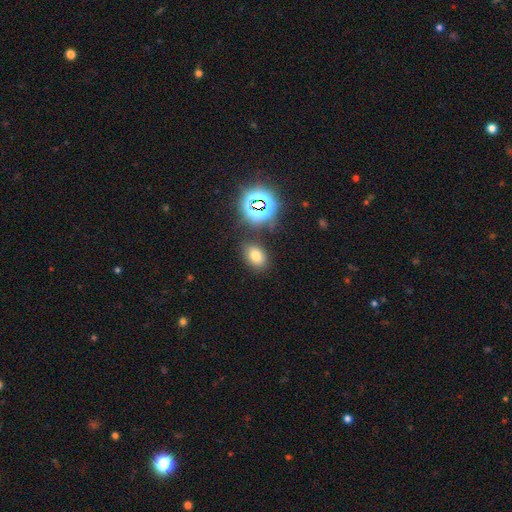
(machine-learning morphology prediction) The model was most divided on "smooth or featured": smooth: 69%, star or artifact: 21%, featured or disk: 9%. More confident: merging — none (82%); how rounded — in between (74%).